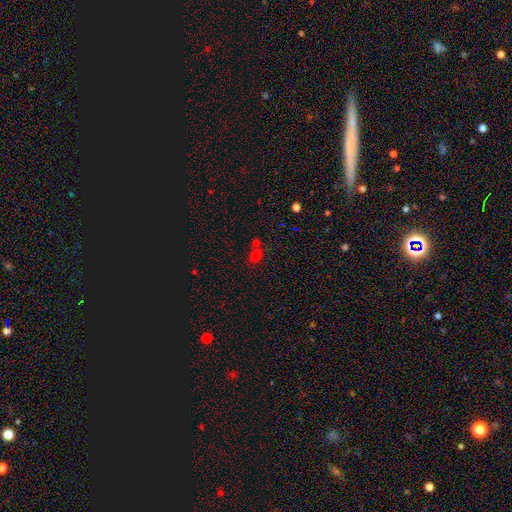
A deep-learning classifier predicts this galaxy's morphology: The model was most divided on "merging": none: 57%, merger: 29%, minor disturbance: 10%, major disturbance: 4%. More confident: smooth or featured — smooth (66%); how rounded — round (64%).